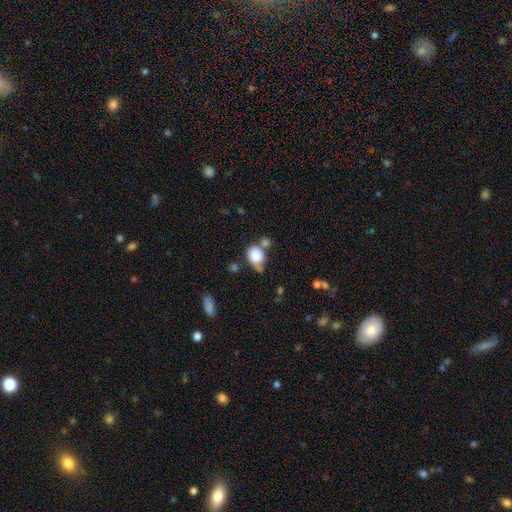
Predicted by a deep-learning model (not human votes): A smooth galaxy with no disk features (82%) that is round (52%).

Vote fractions:
- Smooth or featured? smooth: 82% / featured or disk: 9% / star or artifact: 8%
- How rounded? round: 52% / in between: 47% / cigar-shaped: 1%
- Merging? none: 38% / merger: 28% / minor disturbance: 24% / major disturbance: 10%